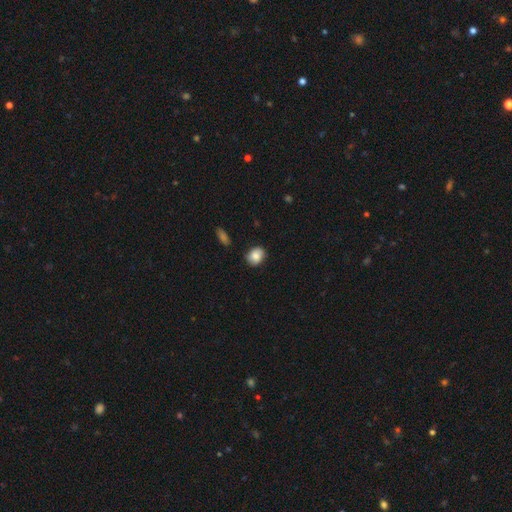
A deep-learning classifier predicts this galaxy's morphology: smooth_or_featured: smooth (p=0.83) [alt: featured or disk p=0.09]
how_rounded: in between (p=0.56) [alt: round p=0.42]
merging: none (p=0.80) [alt: minor disturbance p=0.15]